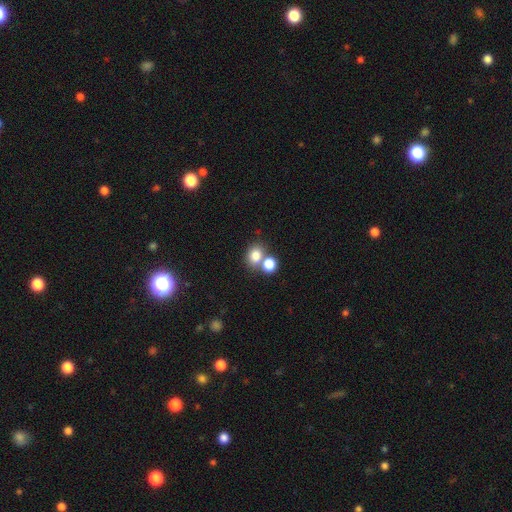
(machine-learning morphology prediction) smooth-or-featured: smooth: 79% | star or artifact: 12% | featured or disk: 9%
  how-rounded: round: 61% | in between: 38% | cigar-shaped: 1%
  merging: none: 48% | merger: 41% | minor disturbance: 8% | major disturbance: 3%